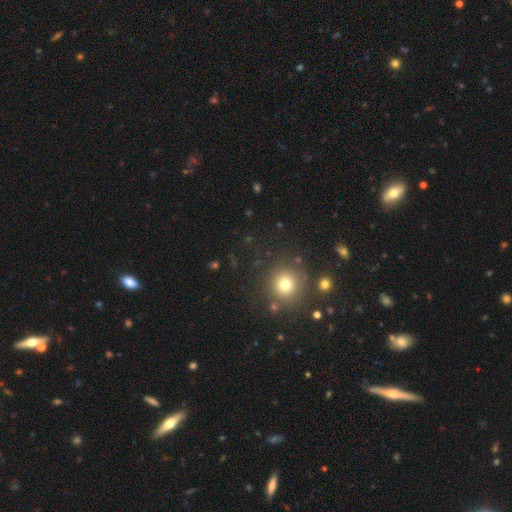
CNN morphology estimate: Smooth or featured: smooth — 49% (star or artifact — 39%)
Merging: none — 82% (minor disturbance — 9%)